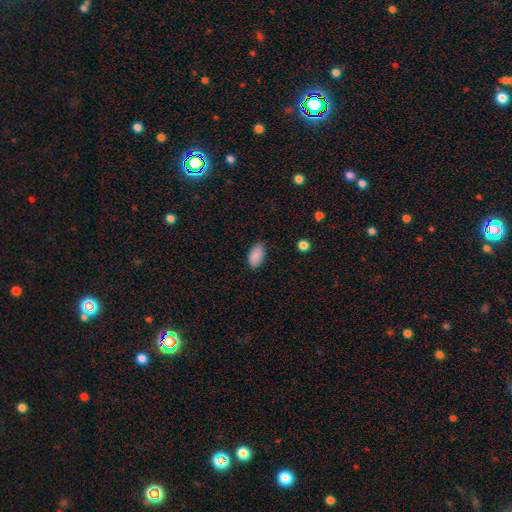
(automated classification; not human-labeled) smooth 89%, star or artifact 7%, featured or disk 4%. Down the decision tree: how rounded — in between (94%); merging — none (80%).